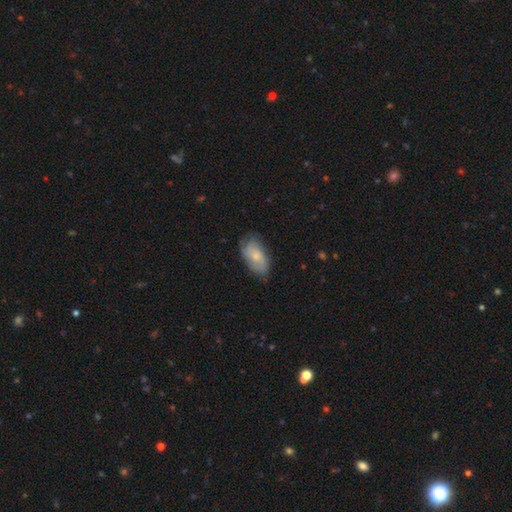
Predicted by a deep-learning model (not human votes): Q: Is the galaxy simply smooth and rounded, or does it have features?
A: smooth — 56%.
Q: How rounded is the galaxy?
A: in between — 92%.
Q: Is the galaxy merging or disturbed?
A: none — 67%.